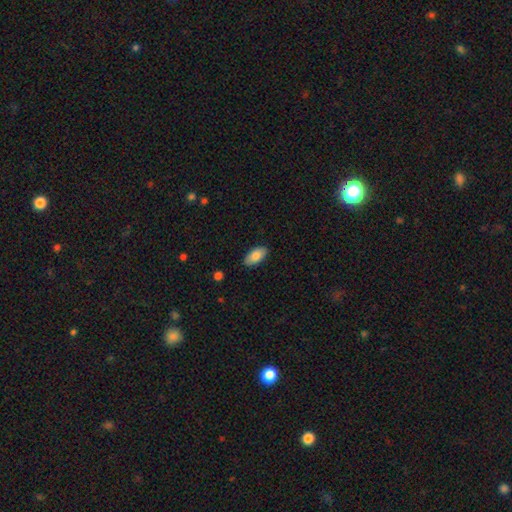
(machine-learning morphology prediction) Smooth or featured?
  - smooth: 82% *
  - featured or disk: 12%
  - star or artifact: 6%
How rounded?
  - in between: 93% *
  - cigar-shaped: 4%
  - round: 2%
Merging?
  - none: 86% *
  - minor disturbance: 11%
  - major disturbance: 2%
  - merger: 1%